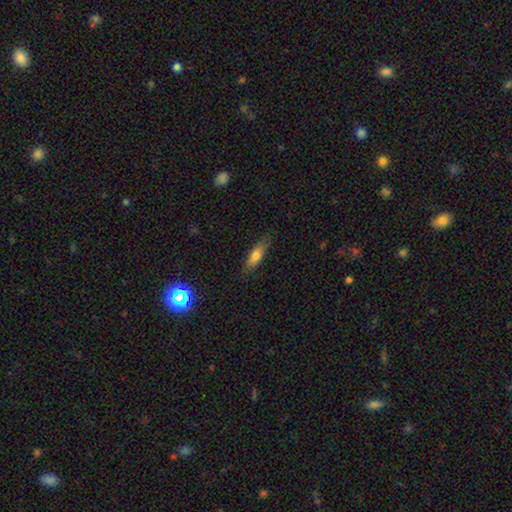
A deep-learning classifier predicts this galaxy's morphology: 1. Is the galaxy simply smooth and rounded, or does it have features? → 70% smooth, 22% featured or disk, 8% star or artifact.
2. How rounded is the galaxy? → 52% in between, 45% cigar-shaped, 3% round.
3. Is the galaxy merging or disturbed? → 78% none, 17% minor disturbance, 4% major disturbance, 1% merger.